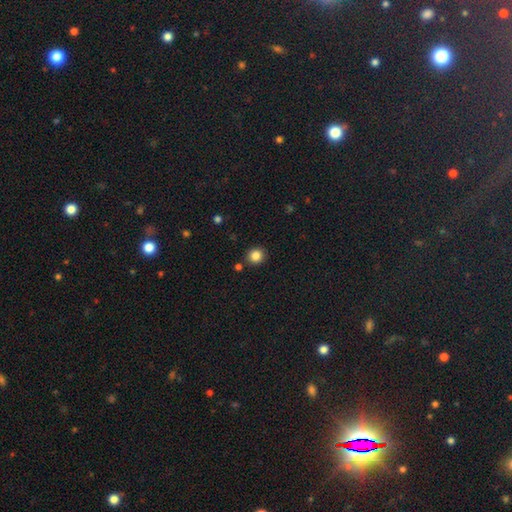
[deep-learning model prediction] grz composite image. It shows a smooth galaxy with no disk features (85%) that is round (89%). Merging: none (88%).